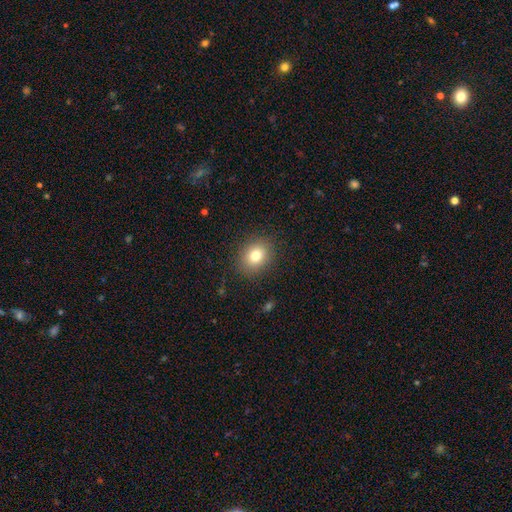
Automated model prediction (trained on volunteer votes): Q: Smooth or featured?
A: smooth (79%); runner-up: star or artifact (11%)
Q: How rounded?
A: round (56%); runner-up: in between (43%)
Q: Merging?
A: none (88%); runner-up: minor disturbance (8%)